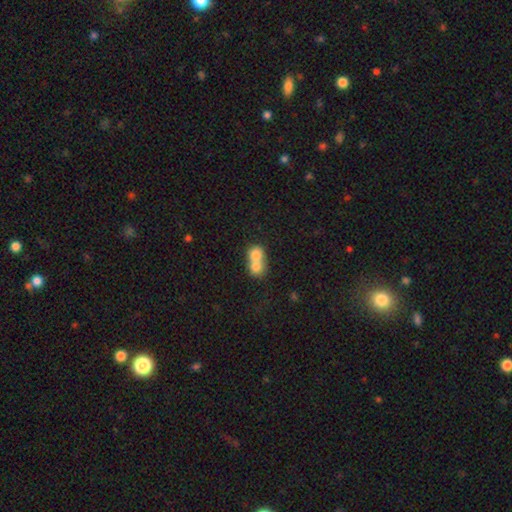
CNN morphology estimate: Smooth or featured?
  - smooth: 76% *
  - featured or disk: 16%
  - star or artifact: 8%
How rounded?
  - round: 68% *
  - in between: 31%
  - cigar-shaped: 1%
Merging?
  - merger: 75% *
  - none: 19%
  - minor disturbance: 4%
  - major disturbance: 2%